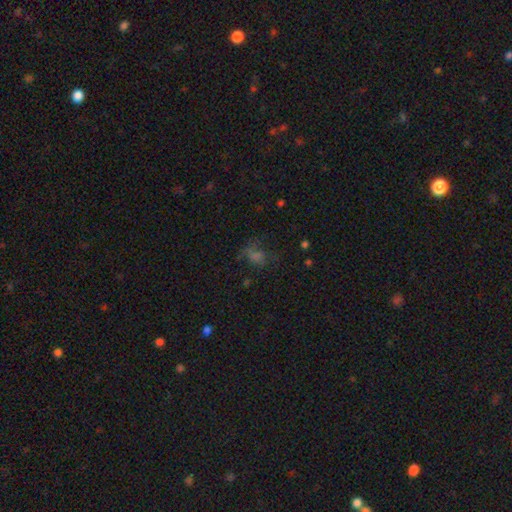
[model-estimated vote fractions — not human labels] Q: Smooth or featured?
A: smooth (43%); runner-up: star or artifact (35%)
Q: Merging?
A: none (46%); runner-up: major disturbance (30%)